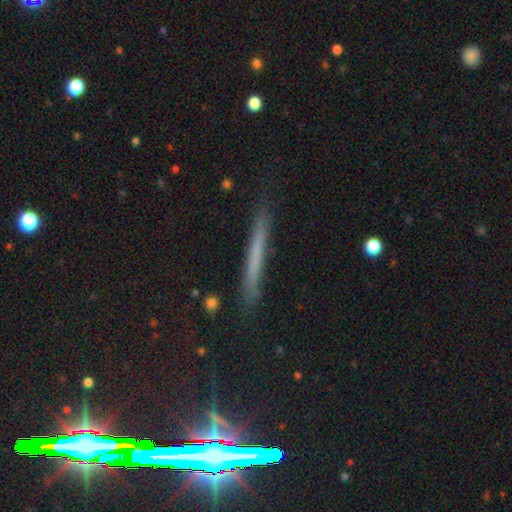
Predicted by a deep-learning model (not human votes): smooth_or_featured: smooth (p=0.48) [alt: featured or disk p=0.37]
merging: none (p=0.85) [alt: minor disturbance p=0.11]